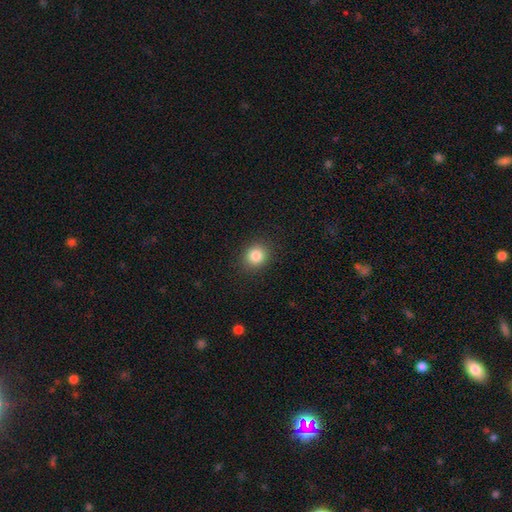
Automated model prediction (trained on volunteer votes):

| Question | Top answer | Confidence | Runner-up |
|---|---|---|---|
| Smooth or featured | smooth | 85% | star or artifact (10%) |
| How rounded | round | 77% | in between (22%) |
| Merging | none | 89% | minor disturbance (7%) |